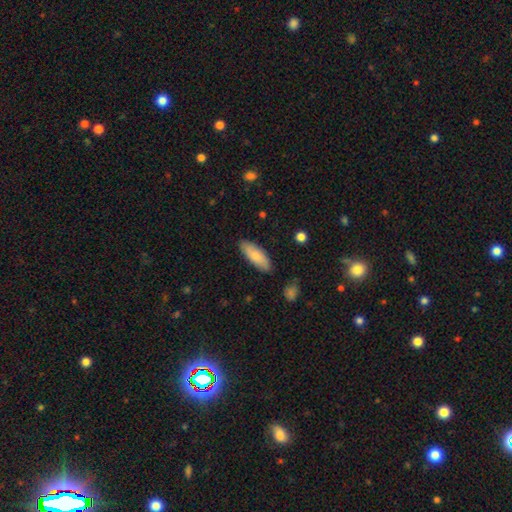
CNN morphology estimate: Smooth or featured: smooth — 81% (featured or disk — 14%)
How rounded: in between — 69% (cigar-shaped — 29%)
Merging: none — 85% (minor disturbance — 11%)